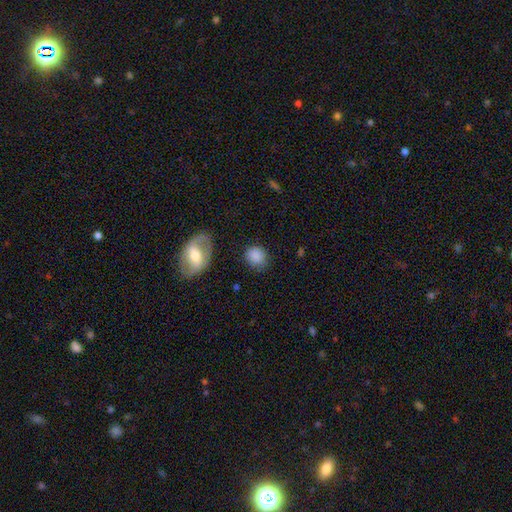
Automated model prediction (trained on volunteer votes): Smooth or featured?
  - smooth: 84% *
  - featured or disk: 8%
  - star or artifact: 8%
How rounded?
  - round: 70% *
  - in between: 28%
  - cigar-shaped: 1%
Merging?
  - none: 77% *
  - minor disturbance: 15%
  - major disturbance: 5%
  - merger: 3%